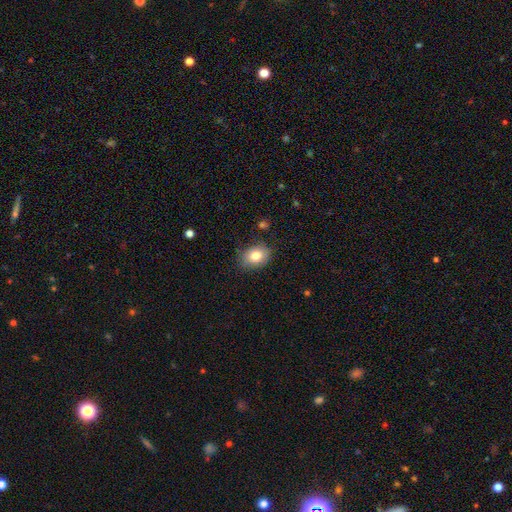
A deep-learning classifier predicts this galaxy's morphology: type=smooth (83%); roundness=in between (68%); merging=none (79%).